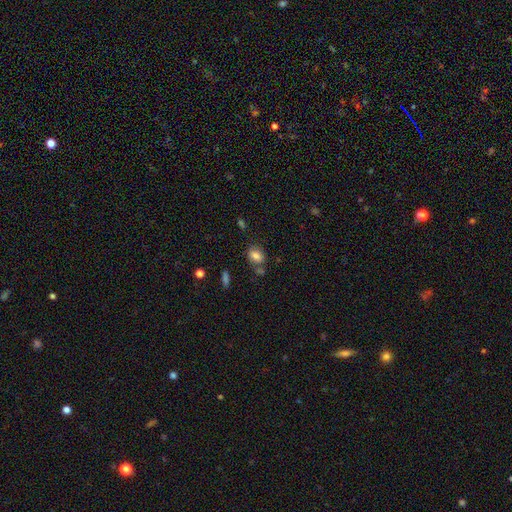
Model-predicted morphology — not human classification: smooth_or_featured: smooth (p=0.81) [alt: star or artifact p=0.10]
how_rounded: in between (p=0.68) [alt: round p=0.30]
merging: none (p=0.64) [alt: minor disturbance p=0.16]